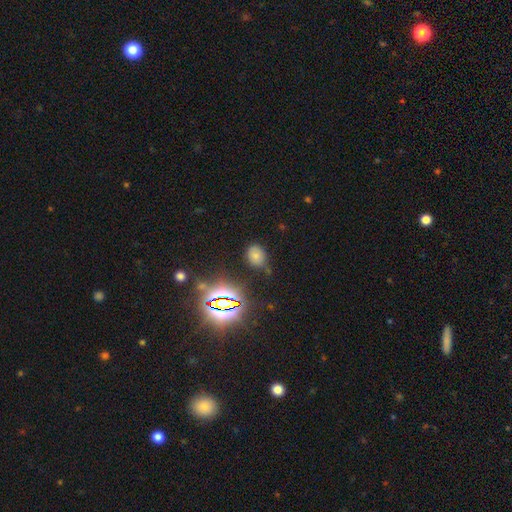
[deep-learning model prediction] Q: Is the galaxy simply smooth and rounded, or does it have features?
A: smooth — 64%.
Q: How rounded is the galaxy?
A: in between — 57%.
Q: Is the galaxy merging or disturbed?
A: none — 69%.